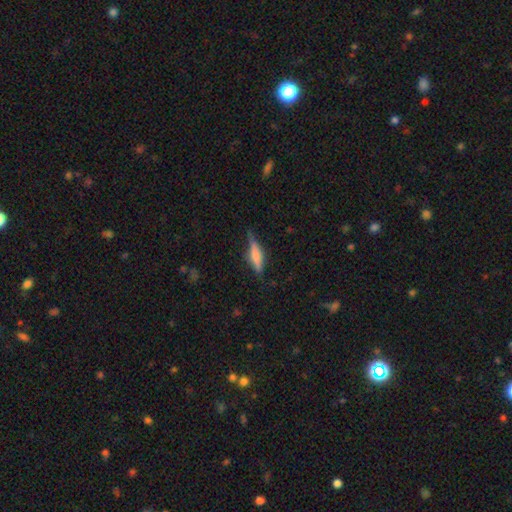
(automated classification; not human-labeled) Overall: featured or disk (50%; smooth 43%). Merging: none (75%).